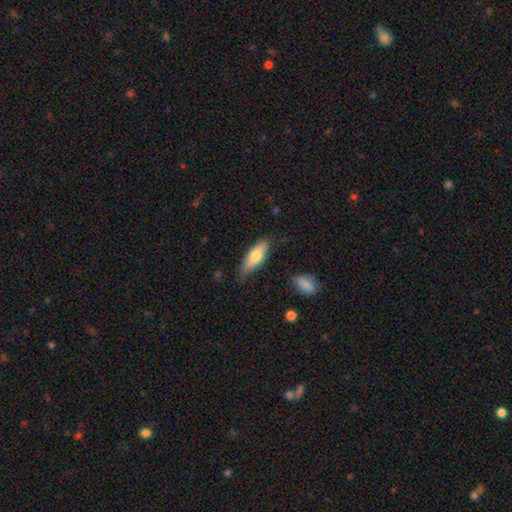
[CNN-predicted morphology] Smooth or featured?
  - smooth: 68% *
  - featured or disk: 27%
  - star or artifact: 6%
How rounded?
  - in between: 54% *
  - cigar-shaped: 44%
  - round: 2%
Merging?
  - none: 76% *
  - minor disturbance: 18%
  - major disturbance: 3%
  - merger: 2%